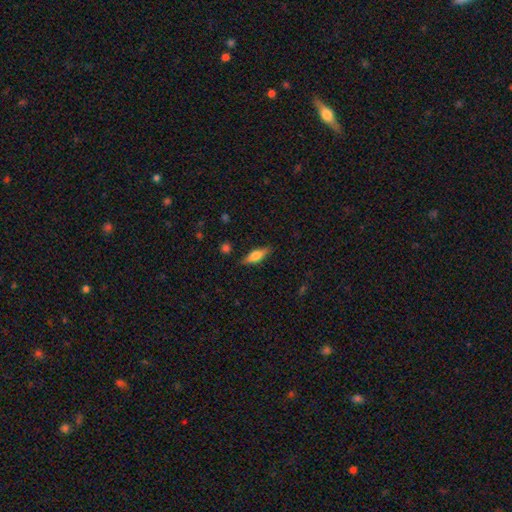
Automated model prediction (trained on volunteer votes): smooth_or_featured: smooth (p=0.51) [alt: featured or disk p=0.42]
how_rounded: cigar-shaped (p=0.50) [alt: in between p=0.47]
merging: none (p=0.85) [alt: minor disturbance p=0.11]